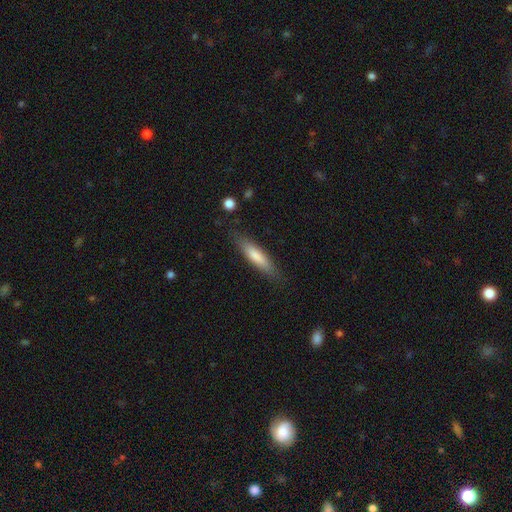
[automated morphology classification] A smooth galaxy with no disk features (67%) that is cigar-shaped (82%). Merging: none (85%).